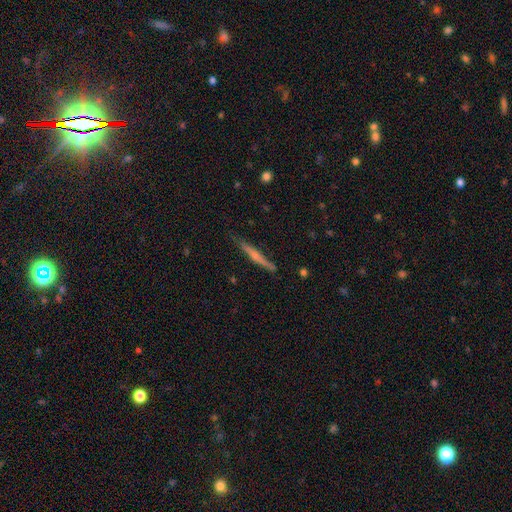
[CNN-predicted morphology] A featured or disk galaxy (57%) viewed edge-on (97%) with a rounded central bulge (55%).

Vote fractions:
- Smooth or featured? featured or disk: 57% / smooth: 37% / star or artifact: 6%
- Edge-on disk? yes: 97% / no: 3%
- Edge-on bulge? rounded: 55% / none: 36% / boxy: 9%
- Merging? none: 83% / minor disturbance: 13% / major disturbance: 2% / merger: 2%